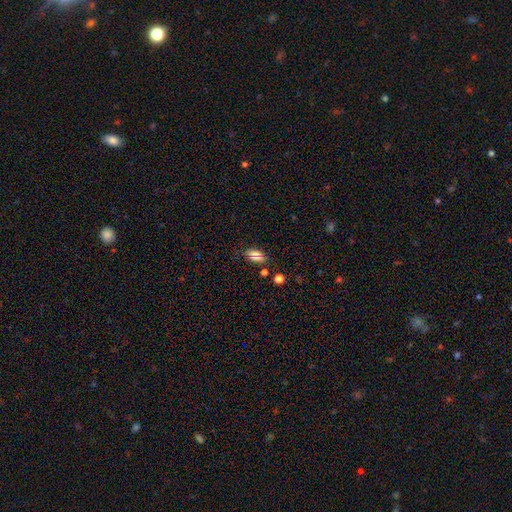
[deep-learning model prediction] The model was most divided on "merging": none: 69%, minor disturbance: 19%, merger: 8%, major disturbance: 5%. More confident: how rounded — in between (85%); smooth or featured — smooth (75%).